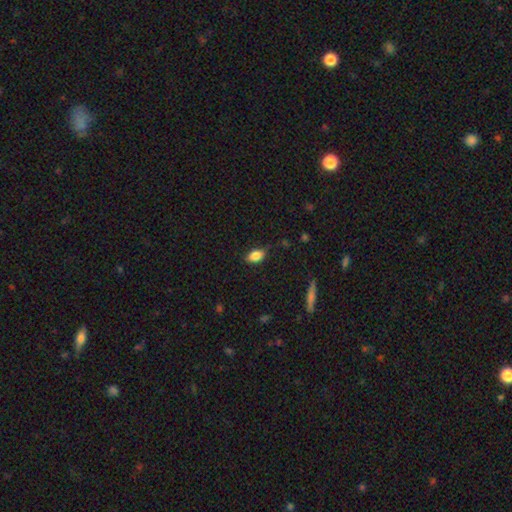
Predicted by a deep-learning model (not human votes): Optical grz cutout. It shows a smooth galaxy with no disk features (84%) that is in between round and cigar-shaped (87%). Merging: none (79%).